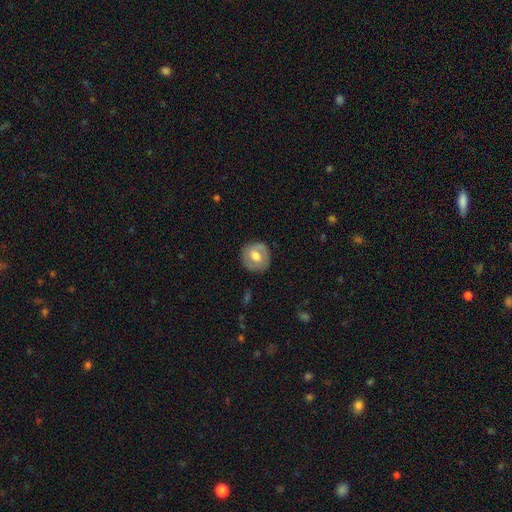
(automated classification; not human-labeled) Smooth or featured?
  - smooth: 52% *
  - featured or disk: 41%
  - star or artifact: 7%
How rounded?
  - round: 87% *
  - in between: 12%
  - cigar-shaped: 1%
Merging?
  - none: 82% *
  - minor disturbance: 13%
  - major disturbance: 4%
  - merger: 1%